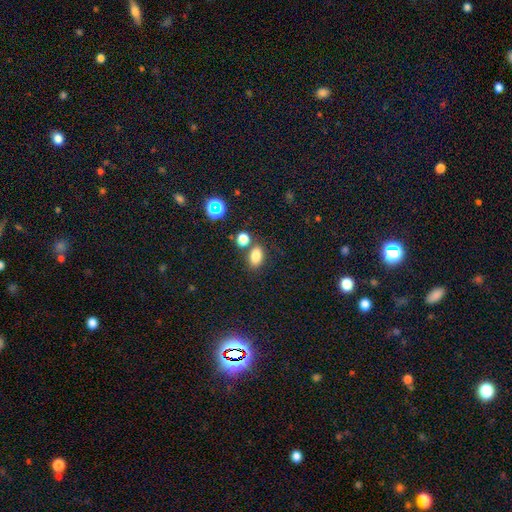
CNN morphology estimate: type=smooth (80%); roundness=in between (79%); merging=none (68%).